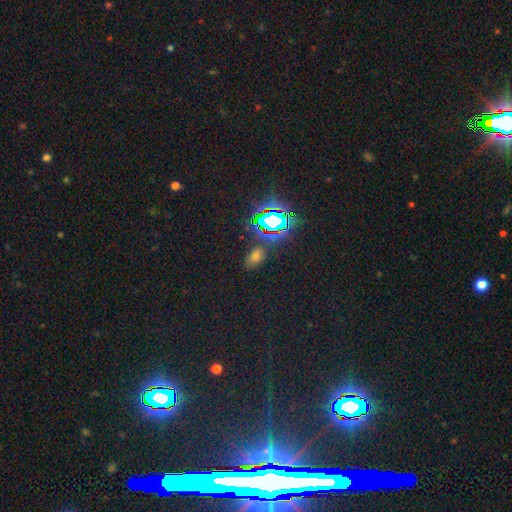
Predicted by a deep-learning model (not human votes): smooth-or-featured: smooth: 47% | star or artifact: 46% | featured or disk: 8%
  merging: none: 81% | minor disturbance: 11% | merger: 4% | major disturbance: 4%